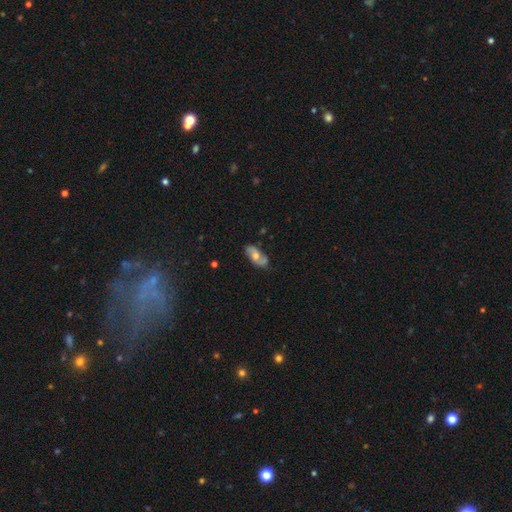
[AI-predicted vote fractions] This appears to be a featured or disk galaxy (58%) with no bar (68%), spiral arms (79%) and a moderate central bulge (70%). Merging: none (74%).